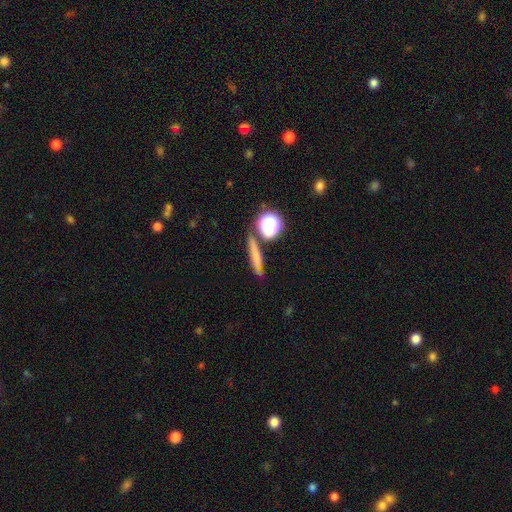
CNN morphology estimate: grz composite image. It shows a smooth galaxy with no disk features (60%) that is cigar-shaped (67%). Merging: none (72%).